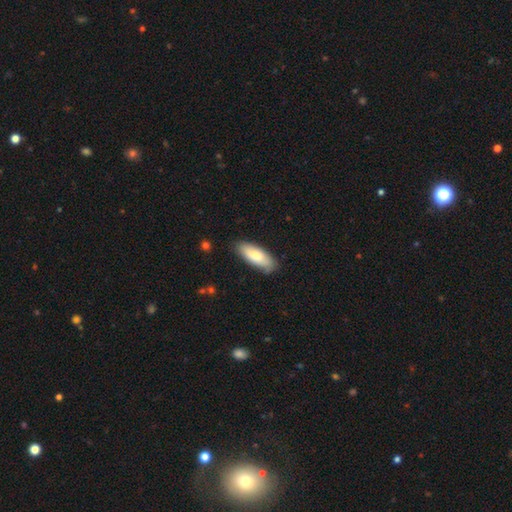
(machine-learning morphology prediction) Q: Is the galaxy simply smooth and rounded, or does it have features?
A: smooth — 81%.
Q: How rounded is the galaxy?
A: in between — 71%.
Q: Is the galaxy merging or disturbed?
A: none — 81%.